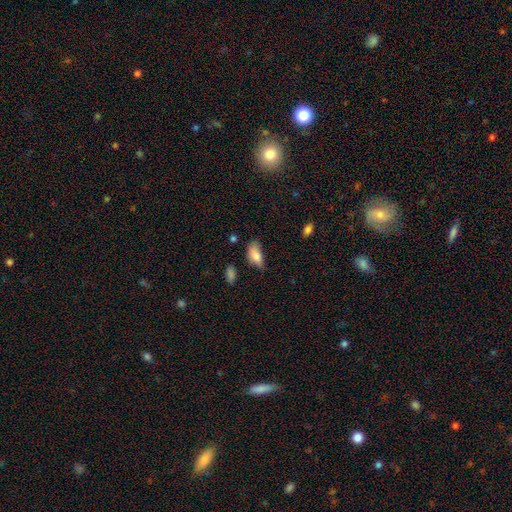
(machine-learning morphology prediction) This is clearly a smooth galaxy (82%). How rounded: clearly in between (89%). Merging: marginally none (44%).